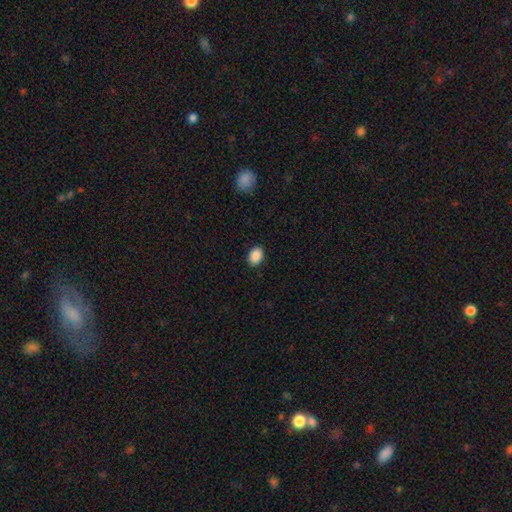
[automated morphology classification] Smooth or featured? Predicted: smooth (p=0.90). How rounded? Predicted: in between (p=0.79). Merging? Predicted: none (p=0.89).